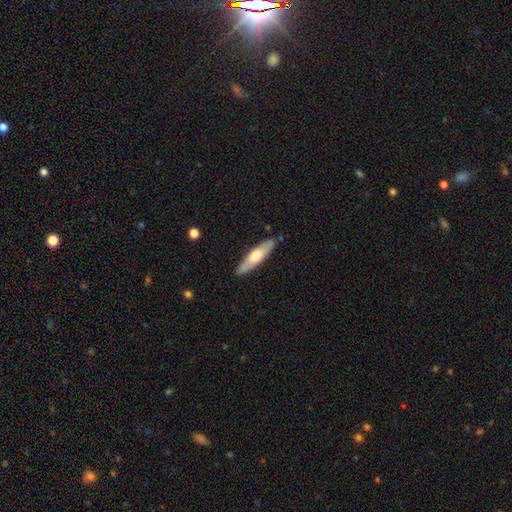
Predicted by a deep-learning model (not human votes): Smooth or featured? smooth (54%)
How rounded? cigar-shaped (74%)
Merging? none (85%)